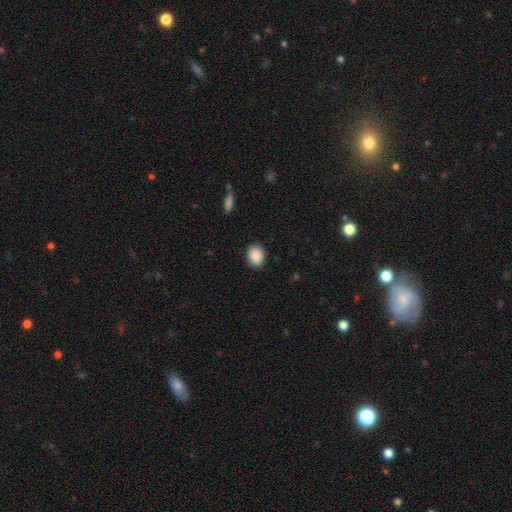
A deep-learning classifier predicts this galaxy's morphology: Smooth or featured?
  - smooth: 89% *
  - star or artifact: 7%
  - featured or disk: 3%
How rounded?
  - in between: 55% *
  - round: 44%
  - cigar-shaped: 1%
Merging?
  - none: 89% *
  - minor disturbance: 8%
  - major disturbance: 2%
  - merger: 1%